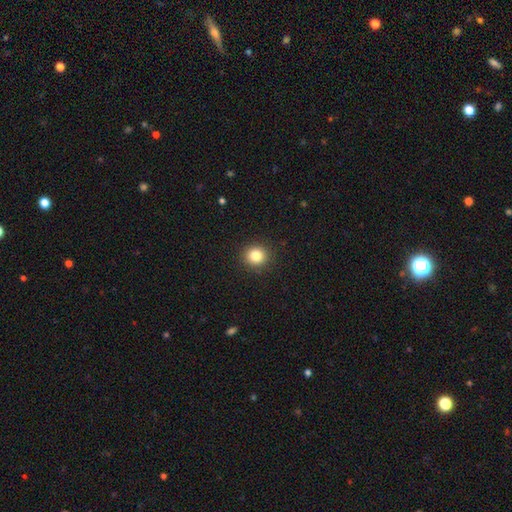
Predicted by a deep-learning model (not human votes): smooth 83%, star or artifact 11%, featured or disk 6%. Down the decision tree: how rounded — round (89%); merging — none (91%).